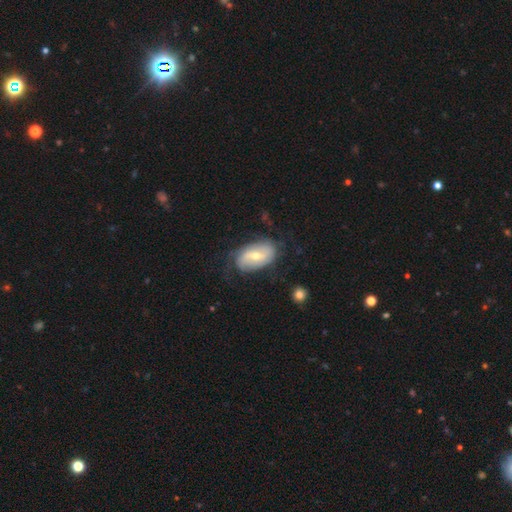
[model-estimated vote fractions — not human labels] Q: Smooth or featured?
A: featured or disk (59%); runner-up: smooth (35%)
Q: Edge-on disk?
A: no (93%); runner-up: yes (7%)
Q: Bar?
A: weak (46%); runner-up: strong (27%)
Q: Spiral arms?
A: yes (71%); runner-up: no (29%)
Q: Bulge size?
A: moderate (59%); runner-up: small (36%)
Q: Merging?
A: none (69%); runner-up: minor disturbance (21%)